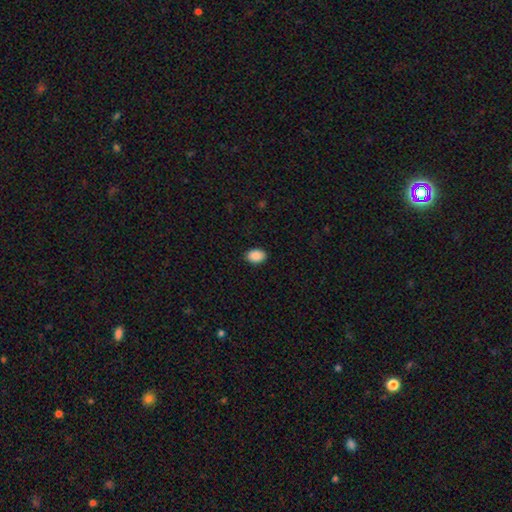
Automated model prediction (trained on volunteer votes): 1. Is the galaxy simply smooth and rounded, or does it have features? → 90% smooth, 7% star or artifact, 3% featured or disk.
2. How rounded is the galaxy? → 83% in between, 16% round, 1% cigar-shaped.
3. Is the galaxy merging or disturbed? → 90% none, 7% minor disturbance, 2% major disturbance, 1% merger.